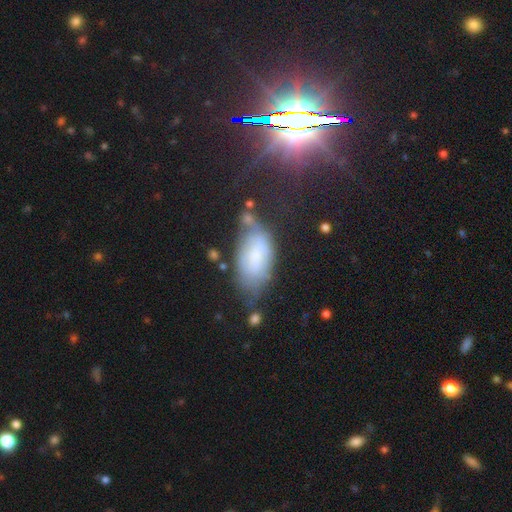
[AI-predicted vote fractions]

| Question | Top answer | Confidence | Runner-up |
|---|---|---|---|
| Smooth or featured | smooth | 63% | featured or disk (27%) |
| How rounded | in between | 92% | cigar-shaped (4%) |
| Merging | none | 48% | minor disturbance (30%) |